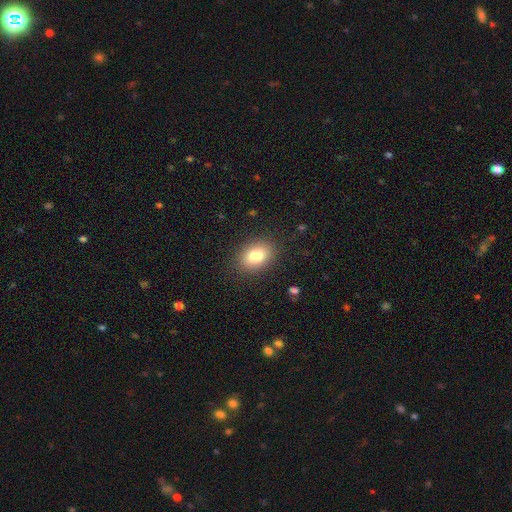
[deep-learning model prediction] smooth_or_featured: smooth (p=0.81) [alt: star or artifact p=0.10]
how_rounded: in between (p=0.74) [alt: round p=0.25]
merging: none (p=0.86) [alt: minor disturbance p=0.09]